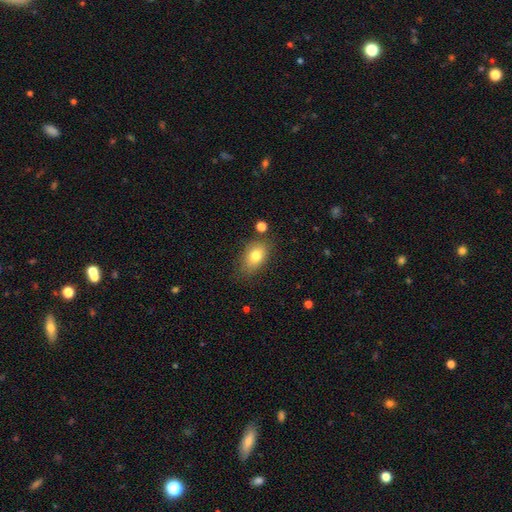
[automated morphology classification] This is likely a smooth galaxy (78%). How rounded: clearly in between (82%). Merging: likely none (75%).